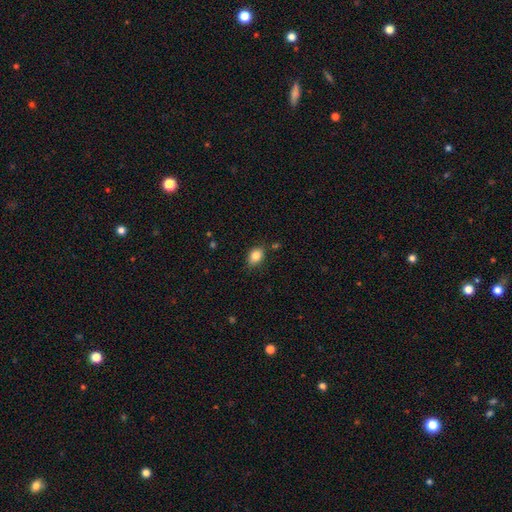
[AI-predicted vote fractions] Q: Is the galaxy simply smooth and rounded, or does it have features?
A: smooth — 84%.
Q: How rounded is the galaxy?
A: in between — 75%.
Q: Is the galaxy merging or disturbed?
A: none — 79%.